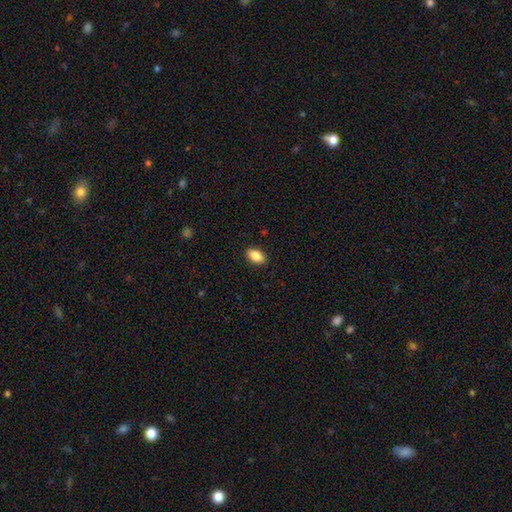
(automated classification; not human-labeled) smooth-or-featured: smooth: 87% | star or artifact: 7% | featured or disk: 5%
  how-rounded: in between: 91% | round: 6% | cigar-shaped: 2%
  merging: none: 90% | minor disturbance: 7% | major disturbance: 2% | merger: 1%